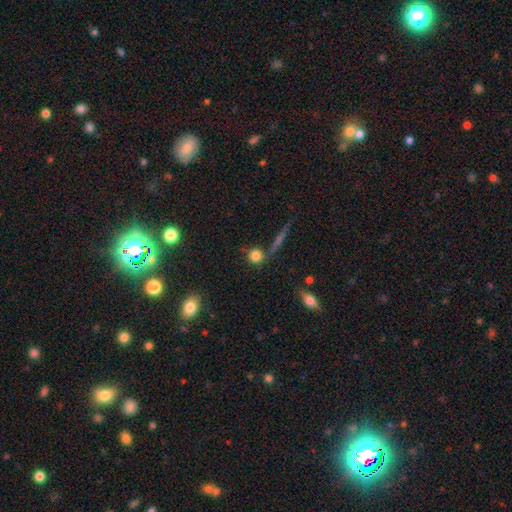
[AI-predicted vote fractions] Smooth or featured? Predicted: smooth (p=0.79). How rounded? Predicted: round (p=0.89). Merging? Predicted: none (p=0.70).